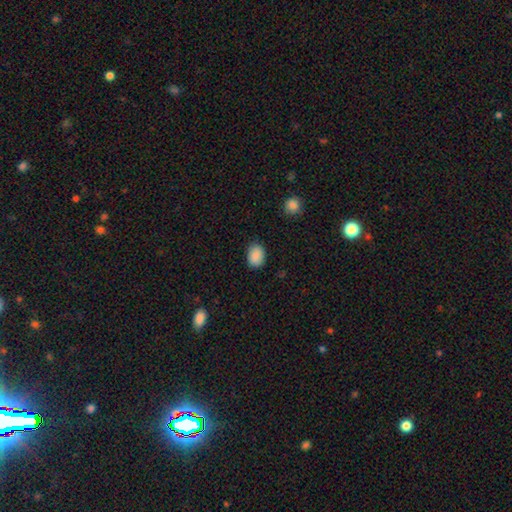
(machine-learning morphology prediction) The model was most divided on "how rounded": in between: 71%, round: 28%, cigar-shaped: 1%. More confident: smooth or featured — smooth (89%); merging — none (86%).